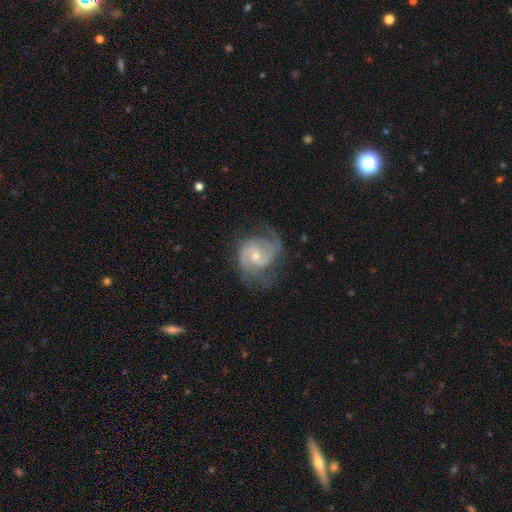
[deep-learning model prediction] smooth_or_featured: featured or disk (p=0.87) [alt: smooth p=0.08]
disk_edge_on: no (p=0.98) [alt: yes p=0.02]
bar: no (p=0.52) [alt: weak p=0.41]
has_spiral_arms: yes (p=0.97) [alt: no p=0.03]
spiral_winding: medium (p=0.51) [alt: tight p=0.31]
spiral_arm_count: 2 (p=0.69) [alt: 3 p=0.12]
bulge_size: small (p=0.58) [alt: moderate p=0.38]
merging: none (p=0.64) [alt: minor disturbance p=0.21]